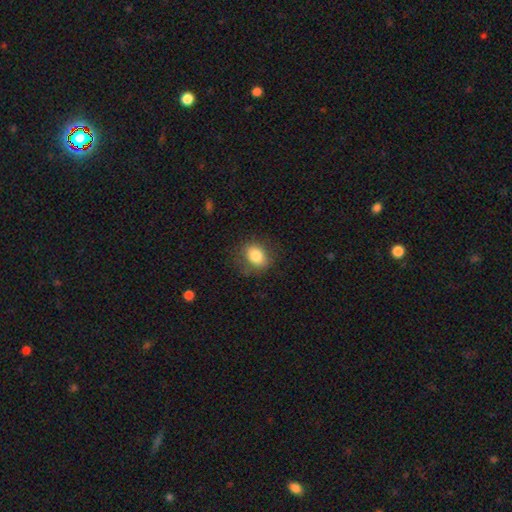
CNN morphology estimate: Overall: smooth (83%). How rounded: in between (61%; round 38%). Merging: none (79%).